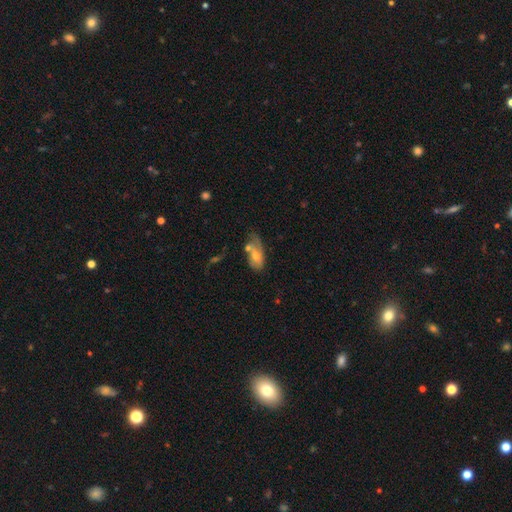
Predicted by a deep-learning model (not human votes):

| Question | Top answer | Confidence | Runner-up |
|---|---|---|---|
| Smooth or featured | smooth | 53% | featured or disk (37%) |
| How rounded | in between | 87% | cigar-shaped (7%) |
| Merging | none | 32% | minor disturbance (26%) |